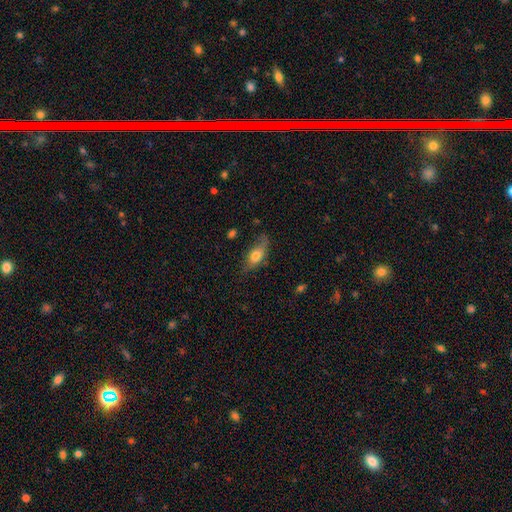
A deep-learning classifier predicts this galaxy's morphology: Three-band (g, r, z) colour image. It shows a smooth galaxy with no disk features (69%) that is in between round and cigar-shaped (79%). Merging: none (60%).